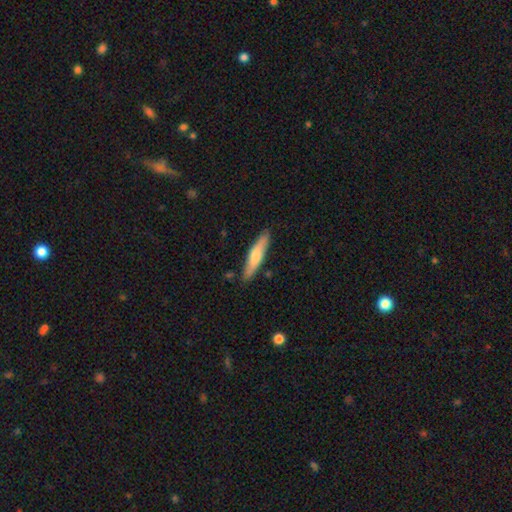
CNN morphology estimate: Smooth or featured: smooth — 67% (featured or disk — 28%)
How rounded: cigar-shaped — 82% (in between — 16%)
Merging: none — 85% (minor disturbance — 11%)